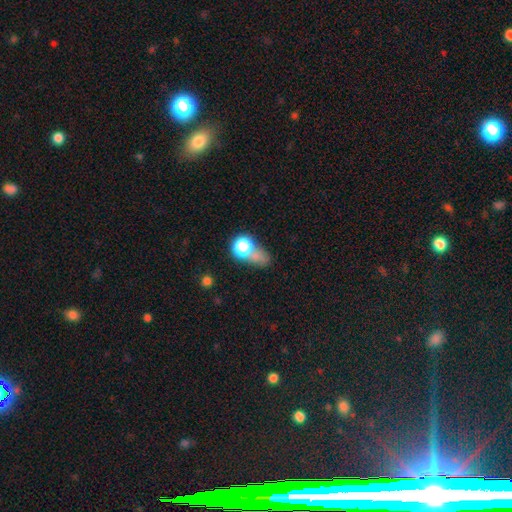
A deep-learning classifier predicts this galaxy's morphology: smooth_or_featured: smooth (p=0.64) [alt: star or artifact p=0.22]
how_rounded: round (p=0.51) [alt: in between p=0.44]
merging: none (p=0.33) [alt: merger p=0.26]